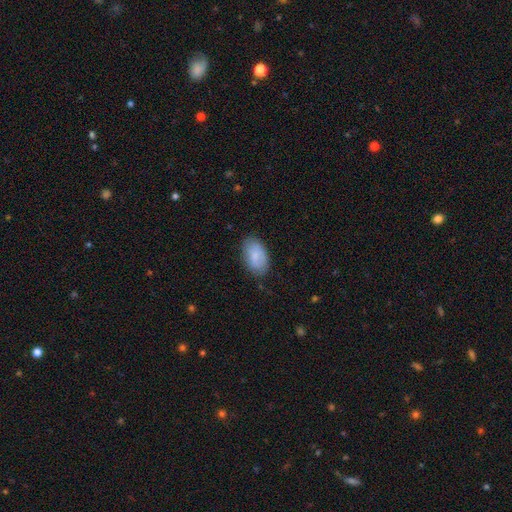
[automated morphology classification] This is likely a smooth galaxy (80%). How rounded: clearly in between (93%). Merging: likely none (77%).